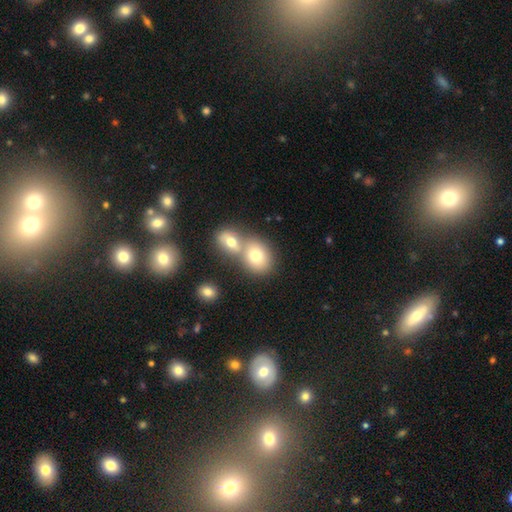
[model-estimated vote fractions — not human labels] Smooth or featured: smooth — 75% (featured or disk — 15%)
How rounded: round — 54% (in between — 45%)
Merging: merger — 51% (none — 38%)